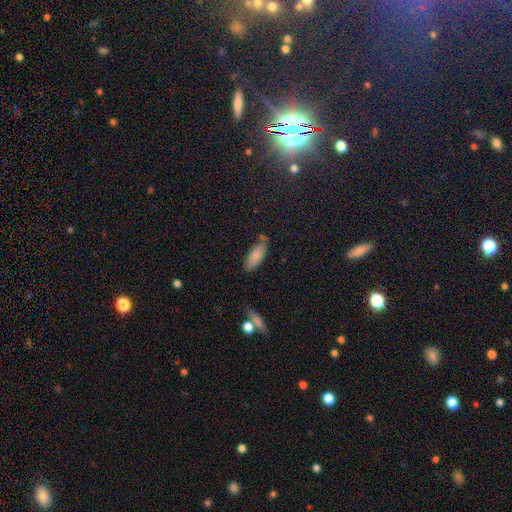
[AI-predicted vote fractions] smooth_or_featured: smooth (p=0.81) [alt: featured or disk p=0.11]
how_rounded: in between (p=0.77) [alt: cigar-shaped p=0.21]
merging: none (p=0.64) [alt: minor disturbance p=0.24]